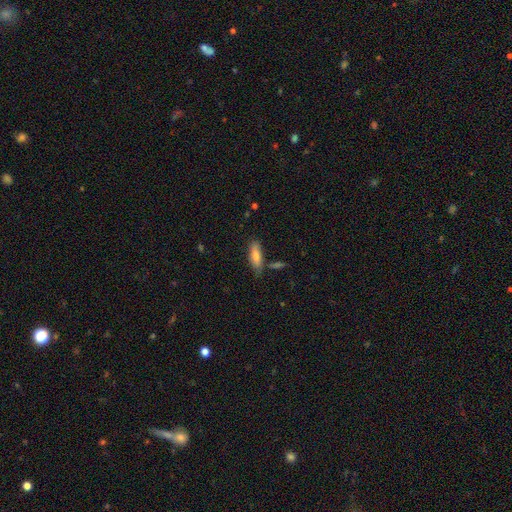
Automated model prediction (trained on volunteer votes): Smooth or featured? Predicted: smooth (p=0.74). How rounded? Predicted: in between (p=0.58). Merging? Predicted: none (p=0.70).